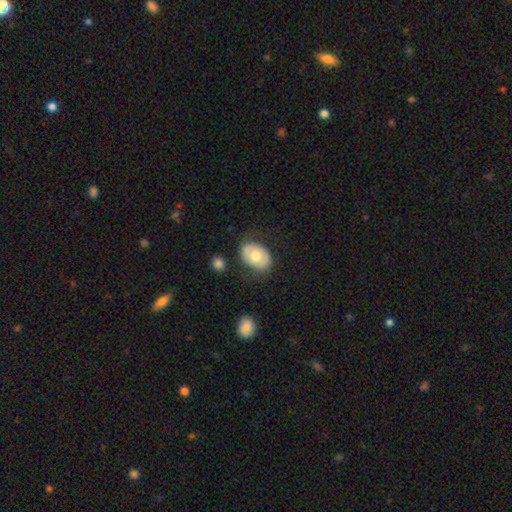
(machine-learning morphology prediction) smooth 62%, featured or disk 32%, star or artifact 6%. Down the decision tree: how rounded — in between (80%); merging — none (72%).